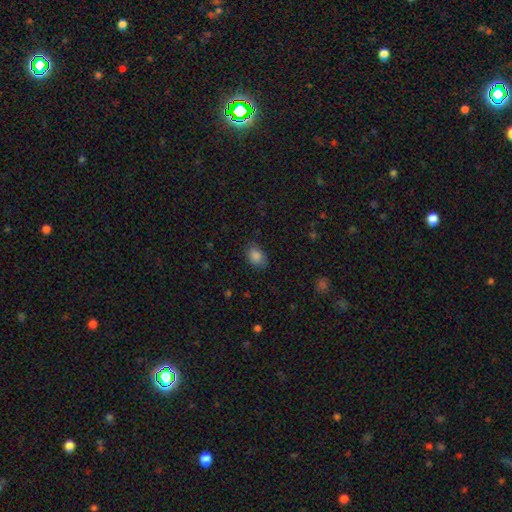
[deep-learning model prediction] Morphology: type=smooth (86%); roundness=in between (76%); merging=none (76%).